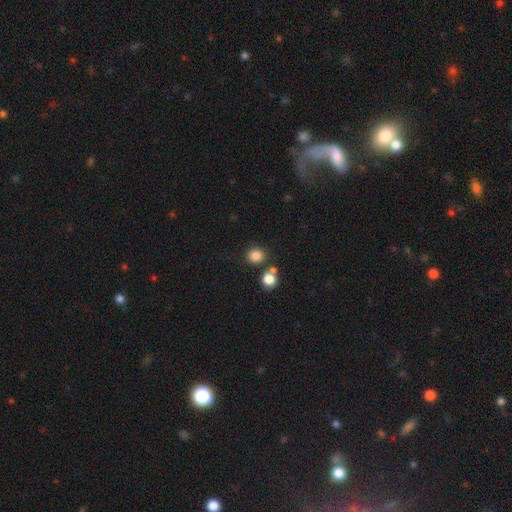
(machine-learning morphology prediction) Overall: smooth (83%). How rounded: round (81%). Merging: none (73%).